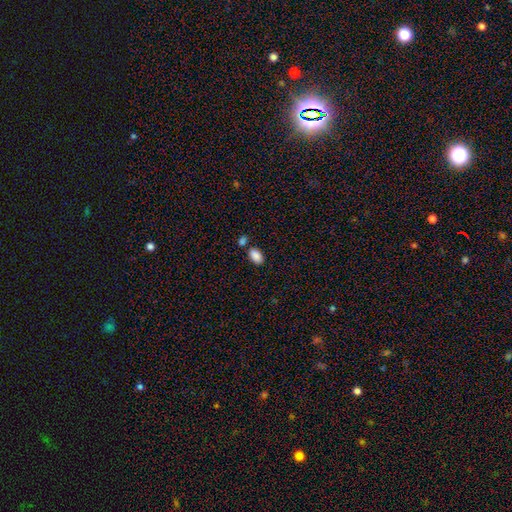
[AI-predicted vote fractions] This appears to be a smooth galaxy with no disk features (88%) that is in between round and cigar-shaped (91%). Merging: none (69%).